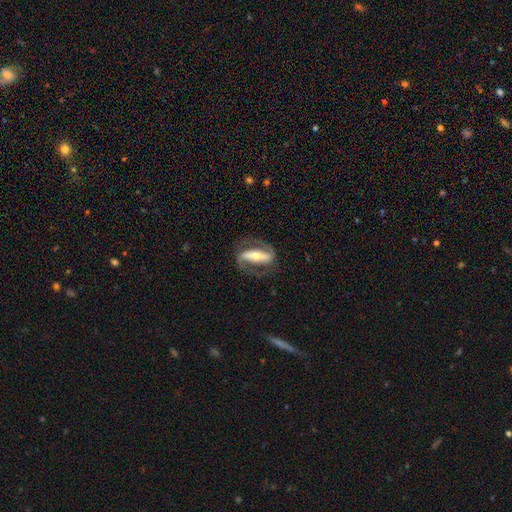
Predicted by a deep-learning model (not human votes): featured or disk 83%, smooth 12%, star or artifact 5%. Down the decision tree: edge-on disk — no (87%); bar — strong (76%); spiral arms — yes (88%); spiral arm count — 2 (89%); spiral winding — medium (48%); bulge size — moderate (48%); merging — none (76%).